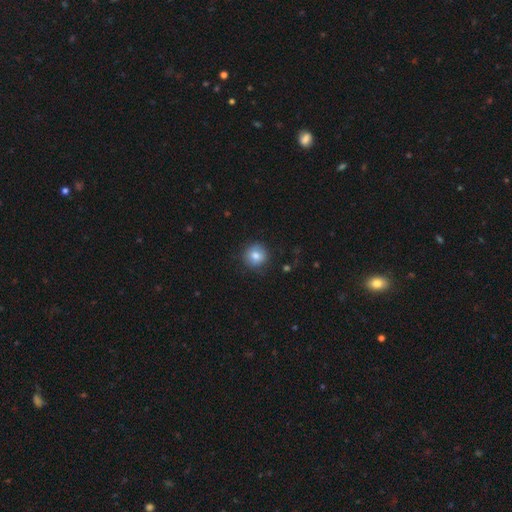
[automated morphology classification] A smooth galaxy with no disk features (81%) that is round (92%).

Vote fractions:
- Smooth or featured? smooth: 81% / star or artifact: 9% / featured or disk: 9%
- How rounded? round: 92% / in between: 7% / cigar-shaped: 1%
- Merging? none: 85% / minor disturbance: 11% / major disturbance: 3% / merger: 1%